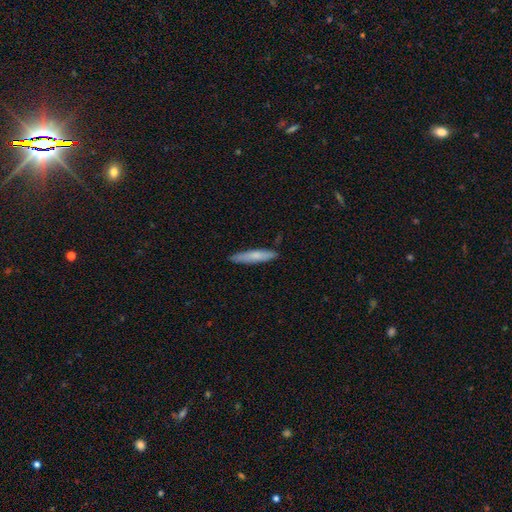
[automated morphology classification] This appears to be a smooth galaxy with no disk features (72%) that is cigar-shaped (89%). Merging: none (87%).